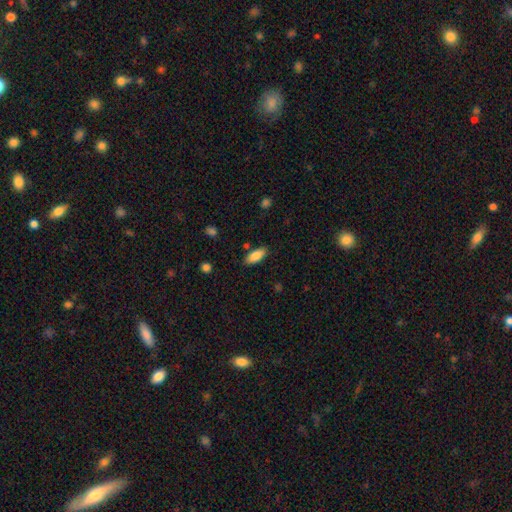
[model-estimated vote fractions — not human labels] Smooth or featured: smooth — 86% (featured or disk — 7%)
How rounded: in between — 85% (cigar-shaped — 13%)
Merging: none — 83% (minor disturbance — 12%)